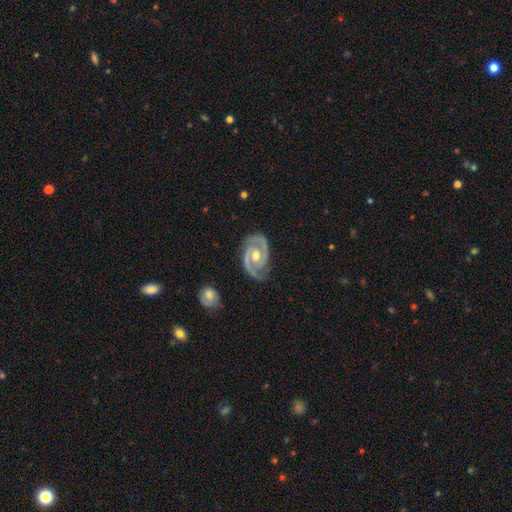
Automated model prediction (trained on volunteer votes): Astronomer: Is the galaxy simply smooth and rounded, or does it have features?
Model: featured or disk — 91%.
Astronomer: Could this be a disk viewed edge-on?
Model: no — 97%.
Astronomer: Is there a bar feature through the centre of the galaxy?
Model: no — 53% (runner-up: weak, 35%).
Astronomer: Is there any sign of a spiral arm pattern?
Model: yes — 97%.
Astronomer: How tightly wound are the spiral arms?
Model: tight — 48% (runner-up: medium, 44%).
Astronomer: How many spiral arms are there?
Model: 2 — 93%.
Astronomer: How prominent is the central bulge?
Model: moderate — 79%.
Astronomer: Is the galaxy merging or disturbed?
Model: none — 81%.